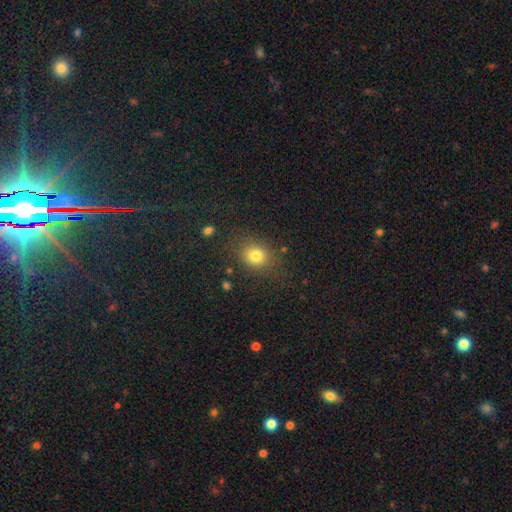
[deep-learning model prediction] smooth-or-featured: smooth: 78% | star or artifact: 14% | featured or disk: 8%
  how-rounded: round: 63% | in between: 36% | cigar-shaped: 1%
  merging: none: 80% | minor disturbance: 12% | major disturbance: 6% | merger: 2%